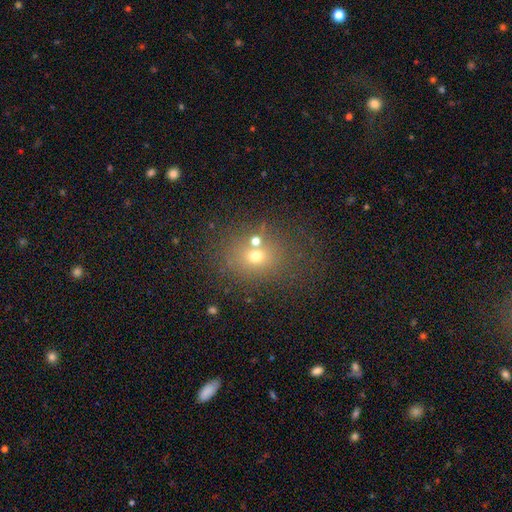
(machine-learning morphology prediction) smooth 63%, star or artifact 21%, featured or disk 15%. Down the decision tree: how rounded — round (66%); merging — none (64%).